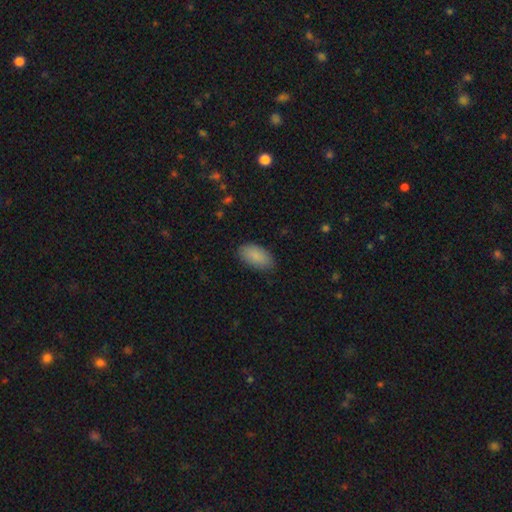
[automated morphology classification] The model was most divided on "merging": none: 84%, minor disturbance: 12%, major disturbance: 3%, merger: 1%. More confident: how rounded — in between (95%); smooth or featured — smooth (88%).